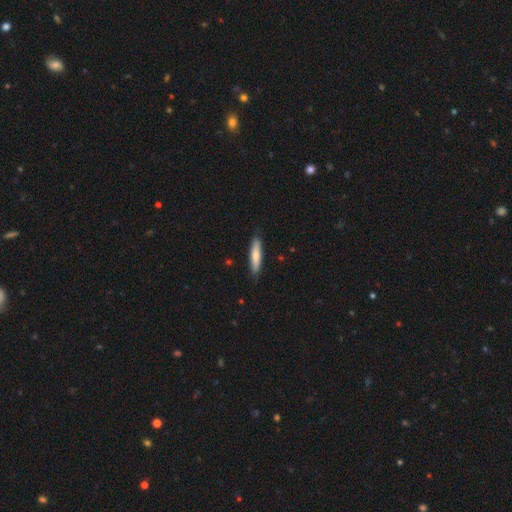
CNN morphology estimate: smooth-or-featured: smooth: 72% | featured or disk: 23% | star or artifact: 5%
  how-rounded: cigar-shaped: 85% | in between: 14% | round: 1%
  merging: none: 85% | minor disturbance: 12% | major disturbance: 2% | merger: 1%